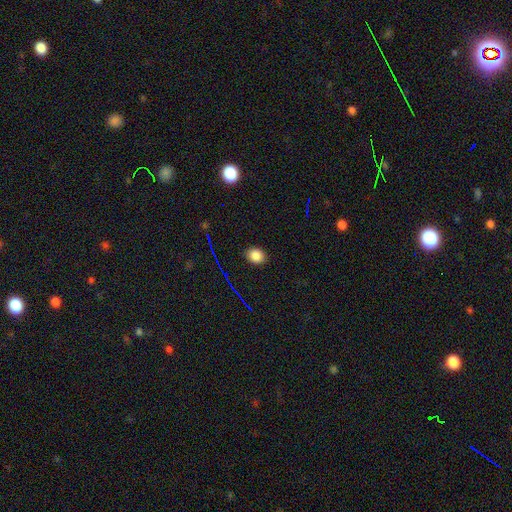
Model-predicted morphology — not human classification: A smooth galaxy with no disk features (81%) that is round (53%).

Vote fractions:
- Smooth or featured? smooth: 81% / star or artifact: 13% / featured or disk: 6%
- How rounded? round: 53% / in between: 46% / cigar-shaped: 1%
- Merging? none: 88% / minor disturbance: 8% / major disturbance: 2% / merger: 1%